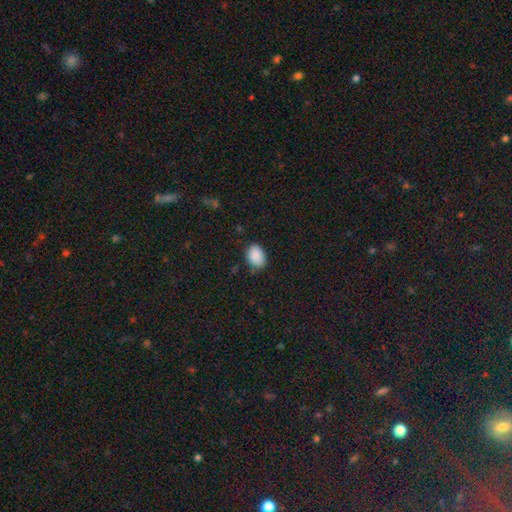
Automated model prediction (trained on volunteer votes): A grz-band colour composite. It shows a smooth galaxy with no disk features (89%) that is in between round and cigar-shaped (81%). Merging: none (79%).